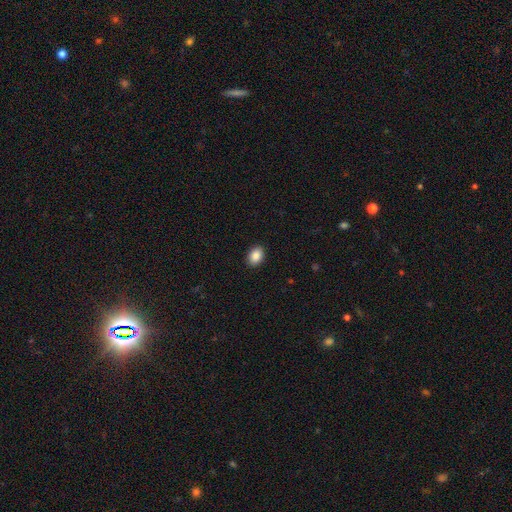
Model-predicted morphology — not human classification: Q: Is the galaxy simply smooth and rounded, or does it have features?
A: smooth — 88%.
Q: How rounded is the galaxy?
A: in between — 77%.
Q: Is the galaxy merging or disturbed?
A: none — 91%.